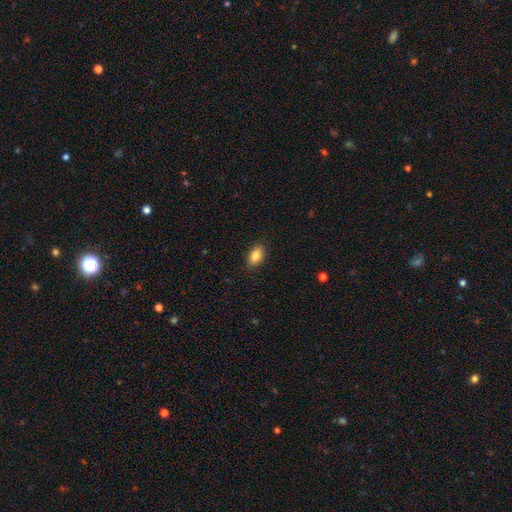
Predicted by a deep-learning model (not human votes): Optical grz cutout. It shows a smooth galaxy with no disk features (84%) that is in between round and cigar-shaped (89%). Merging: none (87%).